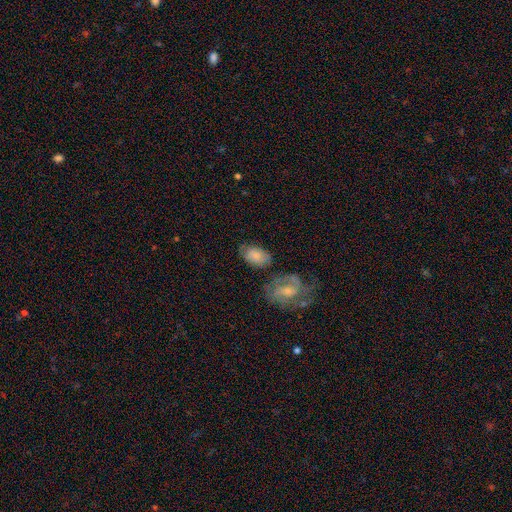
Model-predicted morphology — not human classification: Smooth or featured? Predicted: smooth (p=0.75). How rounded? Predicted: in between (p=0.89). Merging? Predicted: none (p=0.61).